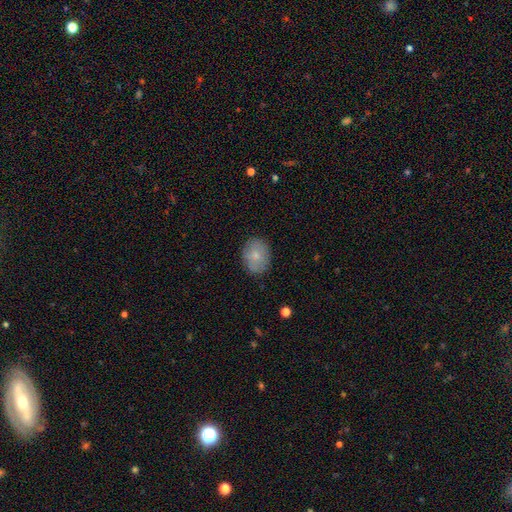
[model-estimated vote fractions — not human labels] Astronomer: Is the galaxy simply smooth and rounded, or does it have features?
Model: smooth — 75%.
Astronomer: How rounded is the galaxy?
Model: in between — 55% (runner-up: round, 44%).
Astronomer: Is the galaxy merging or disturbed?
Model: none — 84%.